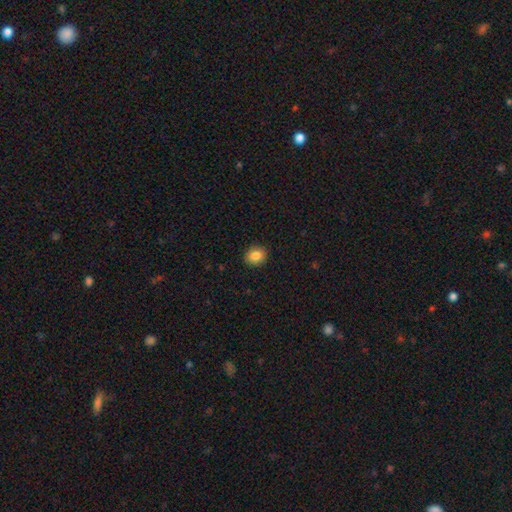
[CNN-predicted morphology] This is clearly a smooth galaxy (86%). How rounded: likely round (70%). Merging: clearly none (91%).